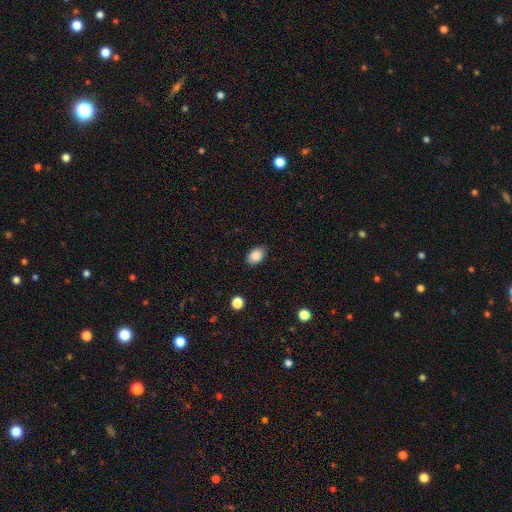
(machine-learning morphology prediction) The model was most divided on "how rounded": in between: 86%, round: 13%, cigar-shaped: 1%. More confident: smooth or featured — smooth (87%); merging — none (86%).